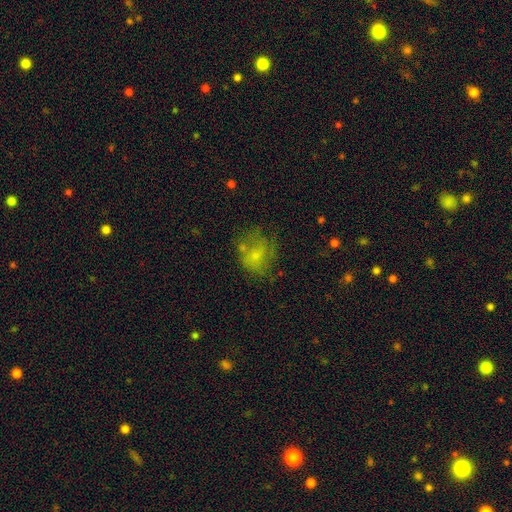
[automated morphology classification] Smooth or featured? smooth (57%)
How rounded? round (64%)
Merging? none (50%)